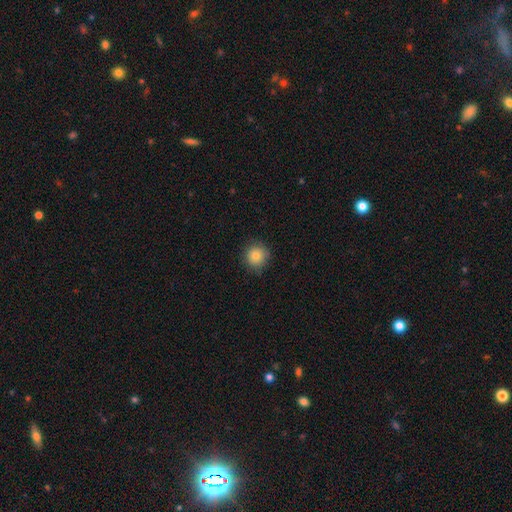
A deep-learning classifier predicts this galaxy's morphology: A smooth galaxy with no disk features (82%) that is round (92%). Merging: none (84%).